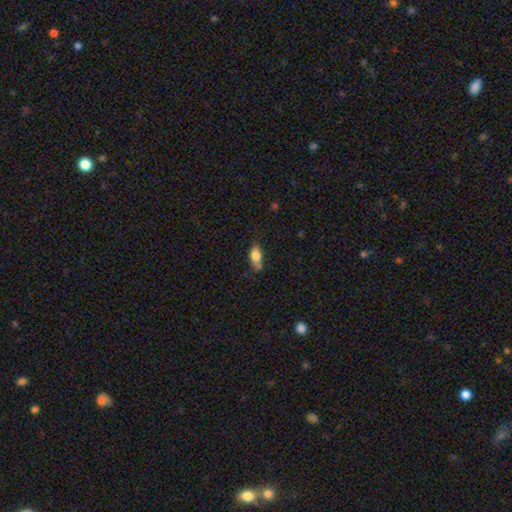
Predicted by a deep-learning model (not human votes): smooth_or_featured: smooth (p=0.80) [alt: featured or disk p=0.12]
how_rounded: in between (p=0.85) [alt: cigar-shaped p=0.09]
merging: none (p=0.54) [alt: minor disturbance p=0.31]